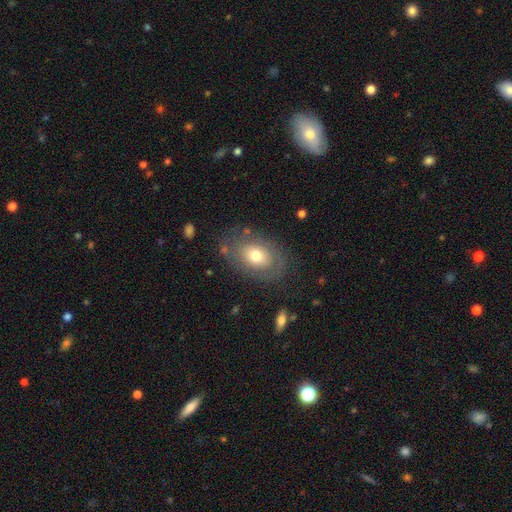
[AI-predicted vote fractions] The model was most divided on "smooth or featured": smooth: 56%, featured or disk: 35%, star or artifact: 9%. More confident: how rounded — in between (80%); merging — none (74%).